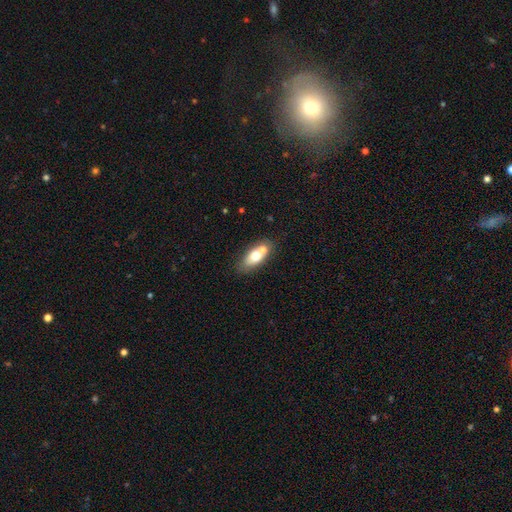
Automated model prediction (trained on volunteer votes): Smooth or featured? Predicted: smooth (p=0.64). How rounded? Predicted: in between (p=0.79). Merging? Predicted: none (p=0.48).